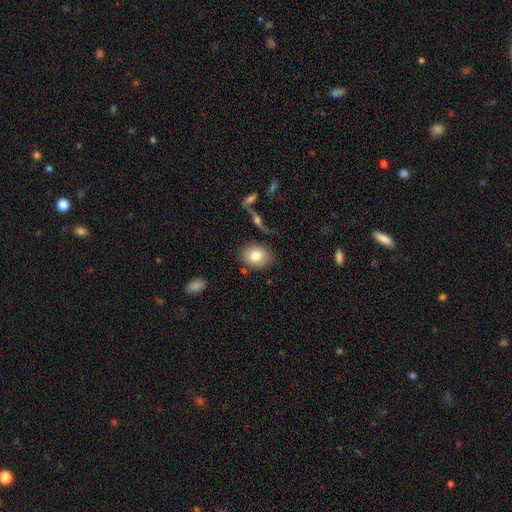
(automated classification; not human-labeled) Smooth or featured? Predicted: smooth (p=0.77). How rounded? Predicted: in between (p=0.60). Merging? Predicted: none (p=0.81).